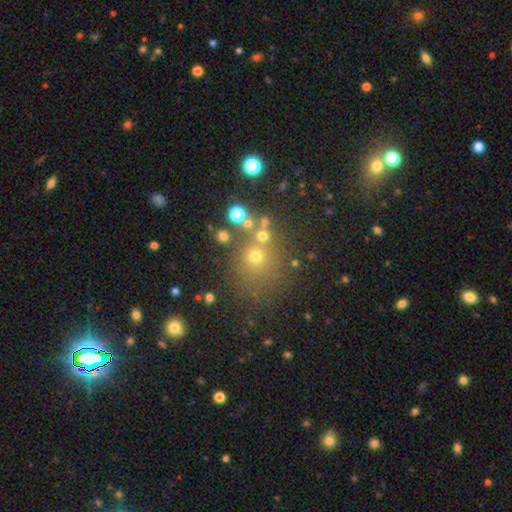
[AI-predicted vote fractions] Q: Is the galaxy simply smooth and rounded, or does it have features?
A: smooth — 46%.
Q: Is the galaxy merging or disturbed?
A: none — 68%.